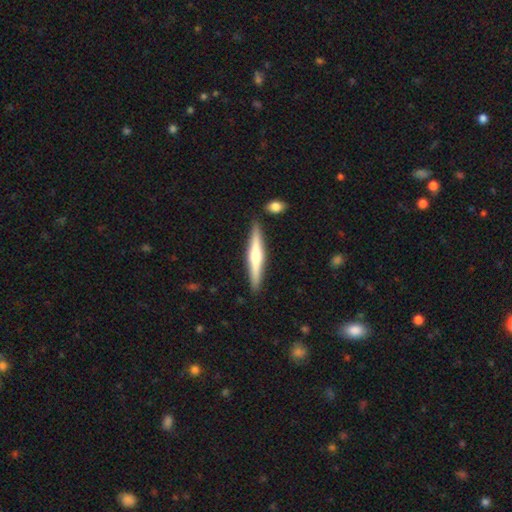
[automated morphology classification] Smooth or featured? Predicted: featured or disk (p=0.61). Edge-on disk? Predicted: yes (p=0.97). Edge-on bulge? Predicted: rounded (p=0.89). Merging? Predicted: none (p=0.88).